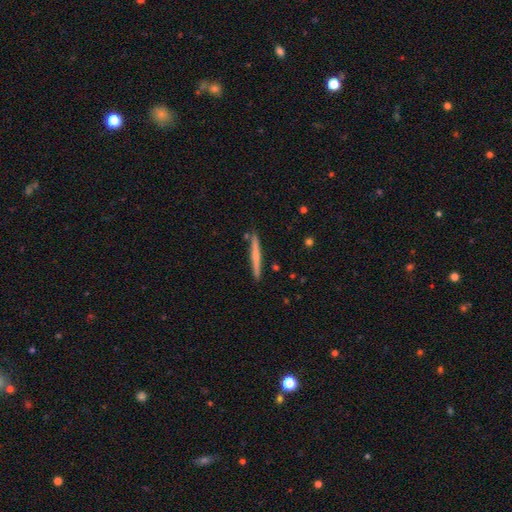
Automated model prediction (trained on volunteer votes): The model was most divided on "smooth or featured": smooth: 56%, featured or disk: 39%, star or artifact: 5%. More confident: how rounded — cigar-shaped (96%); merging — none (89%).